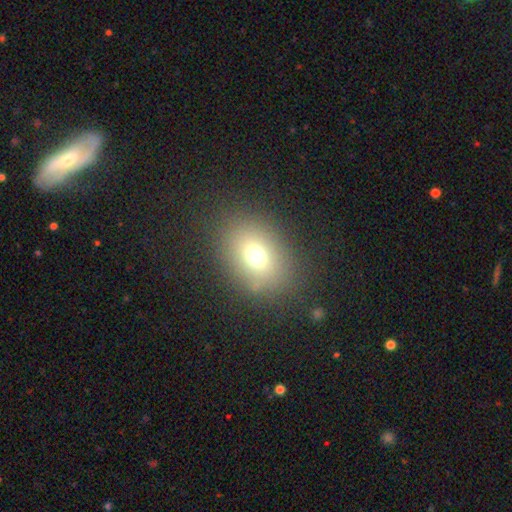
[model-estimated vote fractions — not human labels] Overall: smooth (69%). How rounded: in between (59%; round 40%). Merging: none (82%).